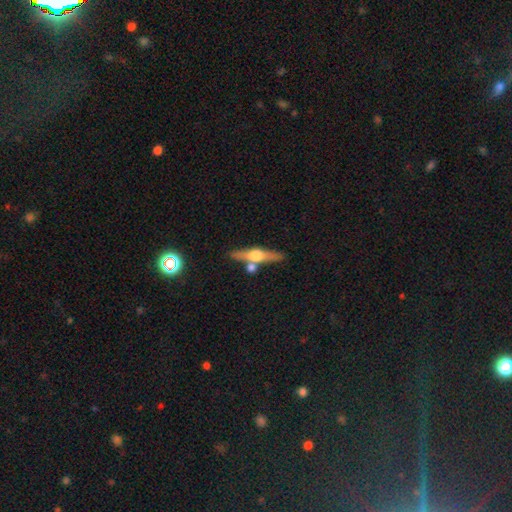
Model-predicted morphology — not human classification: smooth_or_featured: featured or disk (p=0.68) [alt: smooth p=0.26]
disk_edge_on: yes (p=0.95) [alt: no p=0.05]
edge_on_bulge: rounded (p=0.95) [alt: boxy p=0.03]
merging: none (p=0.74) [alt: merger p=0.14]